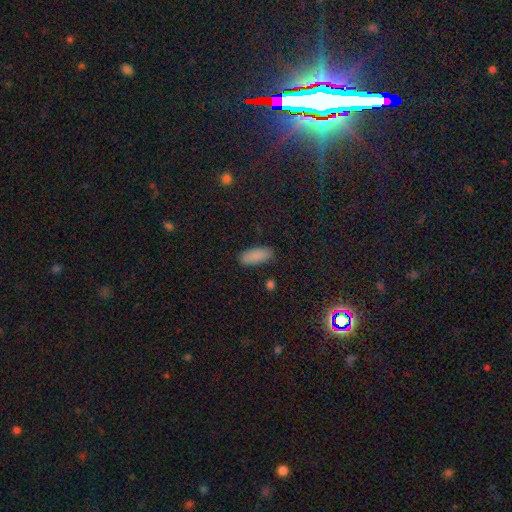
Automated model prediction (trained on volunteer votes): Morphology: type=smooth (87%); roundness=in between (78%); merging=none (86%).